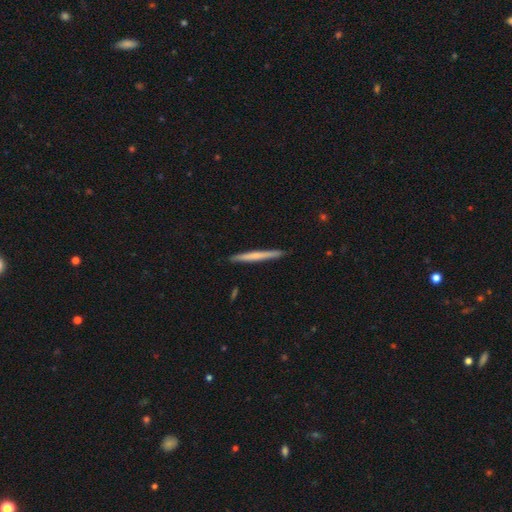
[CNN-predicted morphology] Overall: smooth (55%; featured or disk 39%). How rounded: cigar-shaped (97%). Merging: none (91%).